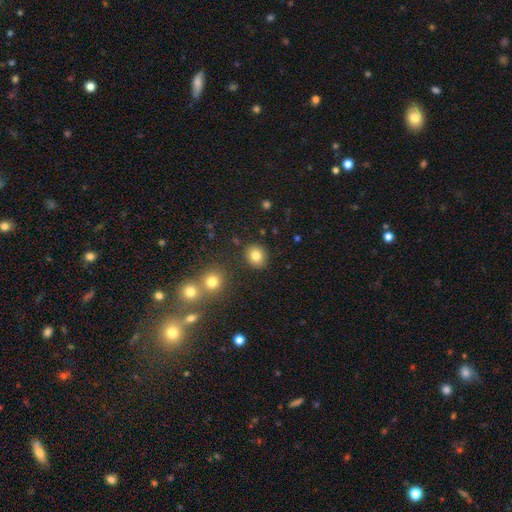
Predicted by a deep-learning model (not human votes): smooth 81%, star or artifact 11%, featured or disk 7%. Down the decision tree: how rounded — round (71%); merging — none (86%).